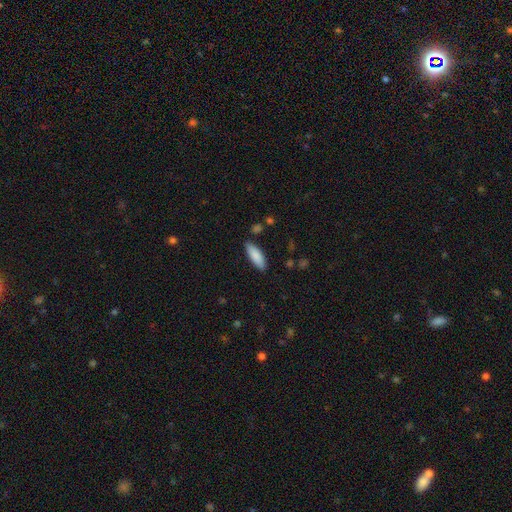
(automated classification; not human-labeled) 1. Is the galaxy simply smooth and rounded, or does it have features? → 87% smooth, 8% featured or disk, 6% star or artifact.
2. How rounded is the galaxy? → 62% in between, 36% cigar-shaped, 2% round.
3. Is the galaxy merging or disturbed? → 85% none, 10% minor disturbance, 2% major disturbance, 2% merger.